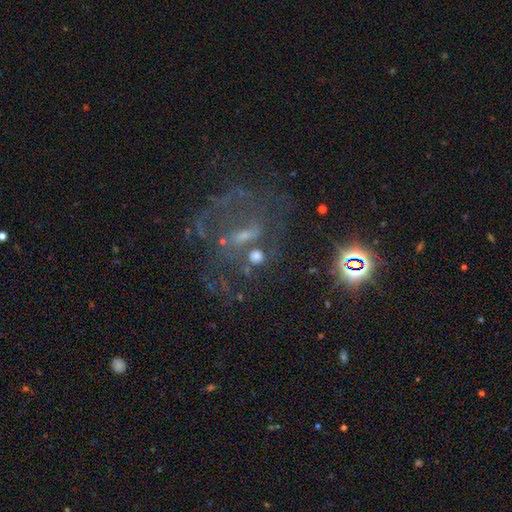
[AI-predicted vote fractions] smooth_or_featured: featured or disk (p=0.61) [alt: star or artifact p=0.25]
disk_edge_on: no (p=0.96) [alt: yes p=0.04]
bar: weak (p=0.40) [alt: no p=0.39]
has_spiral_arms: yes (p=0.63) [alt: no p=0.37]
bulge_size: small (p=0.50) [alt: moderate p=0.27]
merging: none (p=0.46) [alt: major disturbance p=0.26]